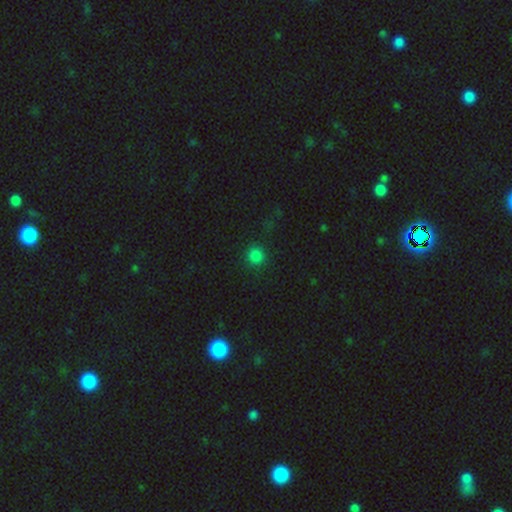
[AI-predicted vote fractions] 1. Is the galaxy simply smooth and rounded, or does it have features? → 82% smooth, 15% star or artifact, 4% featured or disk.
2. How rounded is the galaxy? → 91% round, 8% in between, 1% cigar-shaped.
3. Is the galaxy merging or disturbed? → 89% none, 7% minor disturbance, 3% major disturbance, 1% merger.